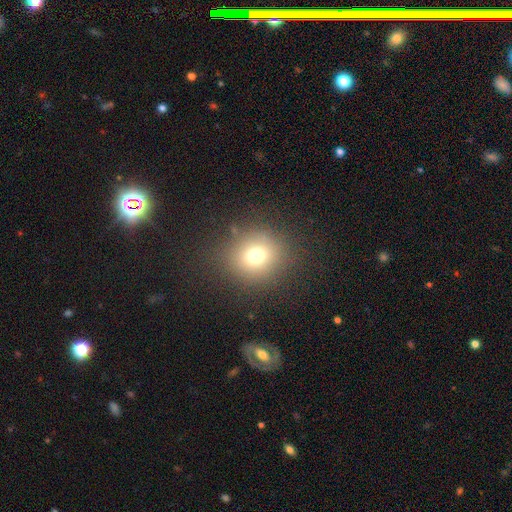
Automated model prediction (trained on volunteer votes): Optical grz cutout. It shows a smooth galaxy with no disk features (71%) that is round (85%). Merging: none (84%).